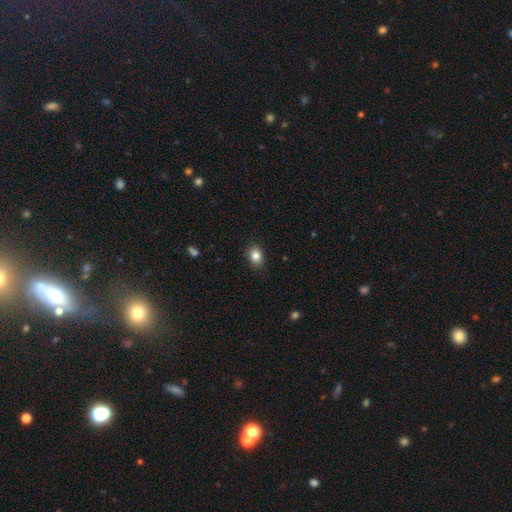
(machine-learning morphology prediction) This appears to be a smooth galaxy with no disk features (84%) that is in between round and cigar-shaped (67%). Merging: none (88%).